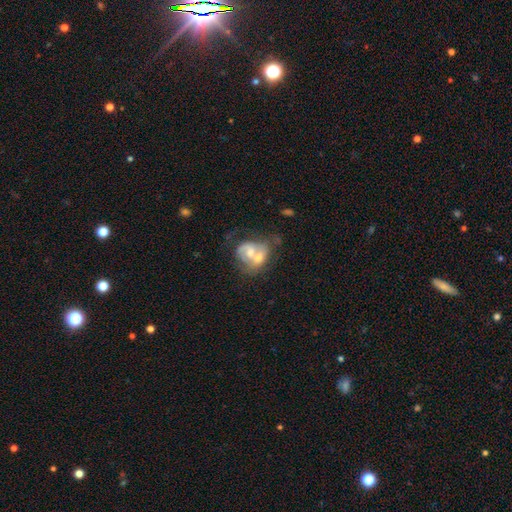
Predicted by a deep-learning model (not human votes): The model was most divided on "spiral arms": no: 54%, yes: 46%. More confident: edge-on disk — no (97%); bar — no (74%); merging — merger (68%); bulge size — moderate (56%); smooth or featured — featured or disk (54%).